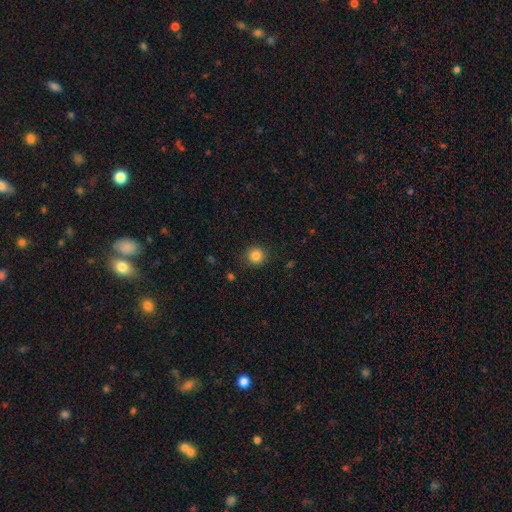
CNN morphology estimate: Smooth or featured: smooth — 85% (star or artifact — 11%)
How rounded: round — 93% (in between — 6%)
Merging: none — 88% (minor disturbance — 8%)